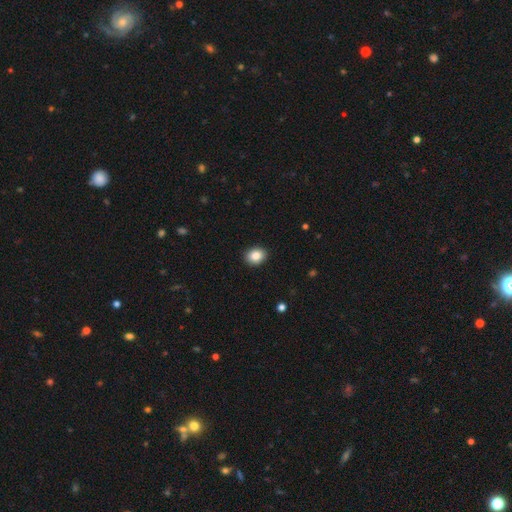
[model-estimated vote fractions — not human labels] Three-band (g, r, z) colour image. It shows a smooth galaxy with no disk features (86%) that is round (52%). Merging: none (91%).